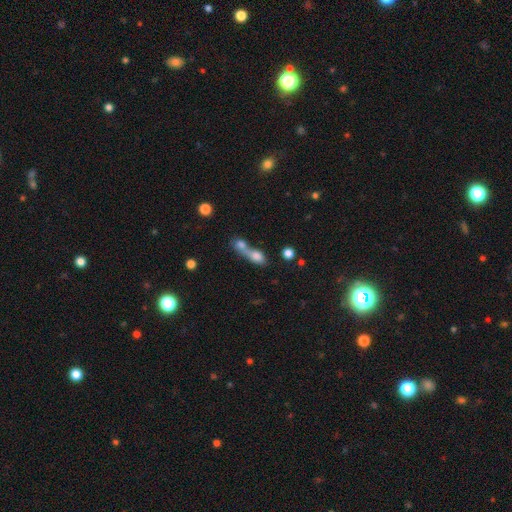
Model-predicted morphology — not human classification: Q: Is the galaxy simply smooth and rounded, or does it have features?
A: smooth — 75%.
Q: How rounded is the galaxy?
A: in between — 59%.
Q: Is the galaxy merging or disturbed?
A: merger — 71%.